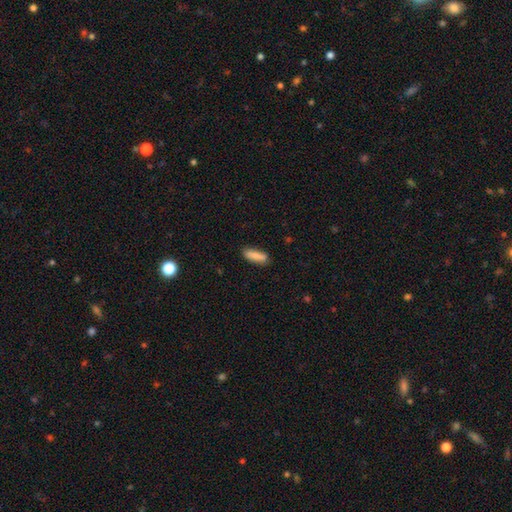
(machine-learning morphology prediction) smooth_or_featured: smooth (p=0.83) [alt: featured or disk p=0.11]
how_rounded: in between (p=0.52) [alt: cigar-shaped p=0.46]
merging: none (p=0.81) [alt: minor disturbance p=0.14]